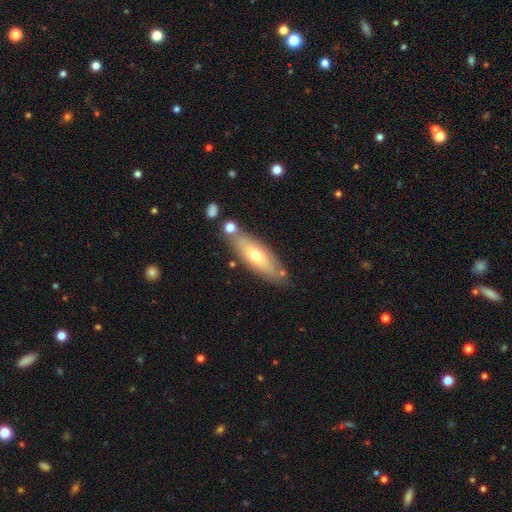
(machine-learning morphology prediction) smooth 55%, featured or disk 38%, star or artifact 6%. Down the decision tree: how rounded — cigar-shaped (51%); merging — none (74%).